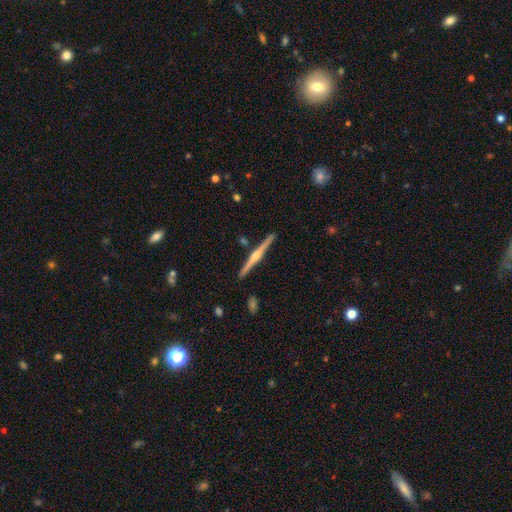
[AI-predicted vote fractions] Smooth or featured? featured or disk (79%)
Edge-on disk? yes (99%)
Edge-on bulge? rounded (86%)
Merging? none (90%)